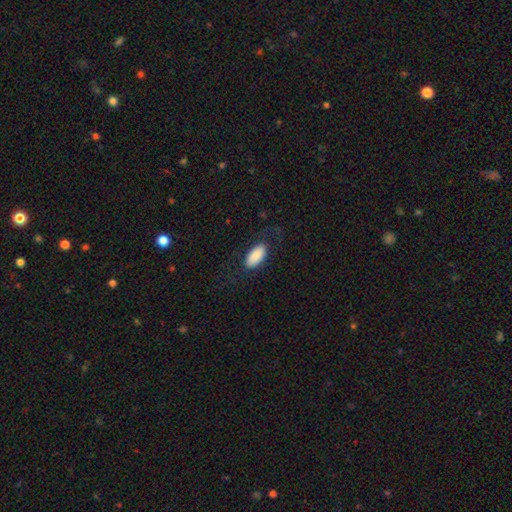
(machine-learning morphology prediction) The model was most divided on "merging": none: 76%, minor disturbance: 14%, major disturbance: 9%, merger: 1%. More confident: how rounded — in between (93%); smooth or featured — smooth (86%).